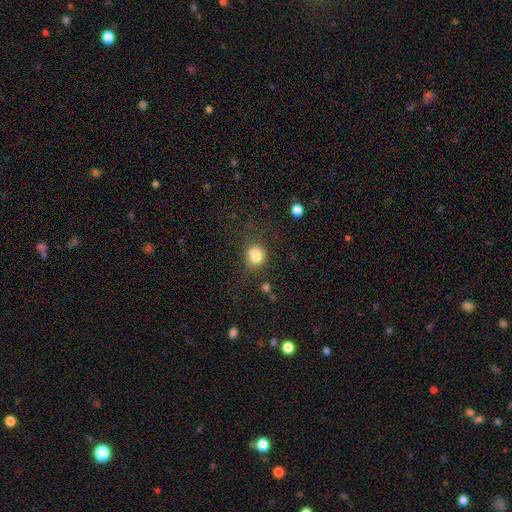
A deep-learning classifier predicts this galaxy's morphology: Overall: smooth (76%). How rounded: round (67%; in between 32%). Merging: none (47%; merger 23%).